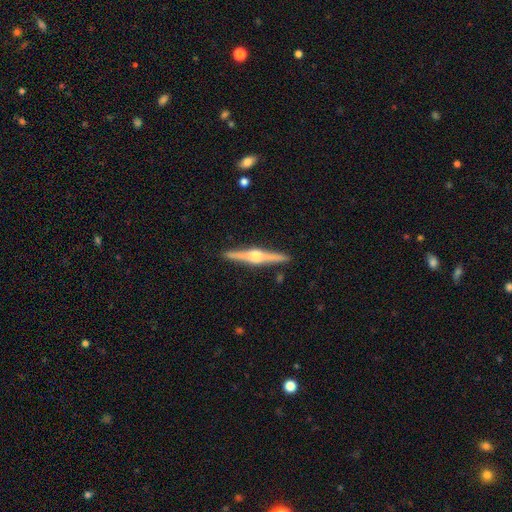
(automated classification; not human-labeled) Overall: featured or disk (85%). Edge-on disk: yes (98%). Edge-on bulge: rounded (92%). Merging: none (91%).